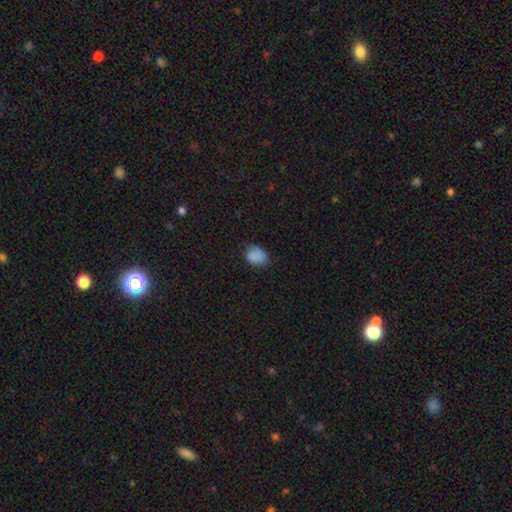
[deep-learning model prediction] Q: Smooth or featured?
A: smooth (84%); runner-up: star or artifact (9%)
Q: How rounded?
A: in between (67%); runner-up: round (32%)
Q: Merging?
A: none (64%); runner-up: minor disturbance (28%)